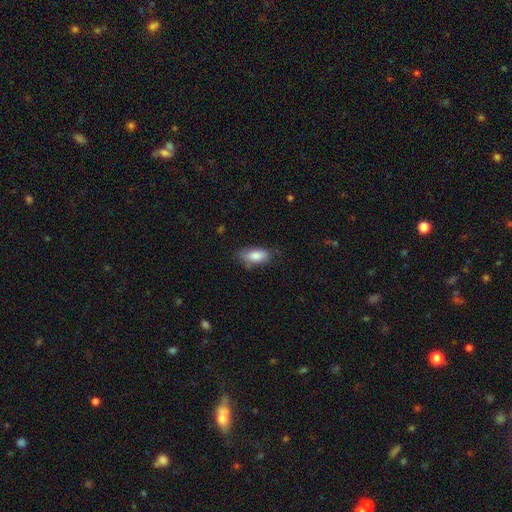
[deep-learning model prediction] This is clearly a smooth galaxy (84%). How rounded: clearly in between (87%). Merging: likely none (71%).